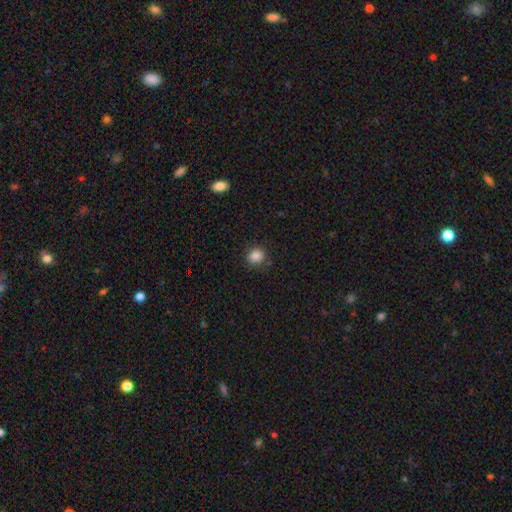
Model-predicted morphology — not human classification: Overall: smooth (85%). How rounded: round (75%). Merging: none (85%).